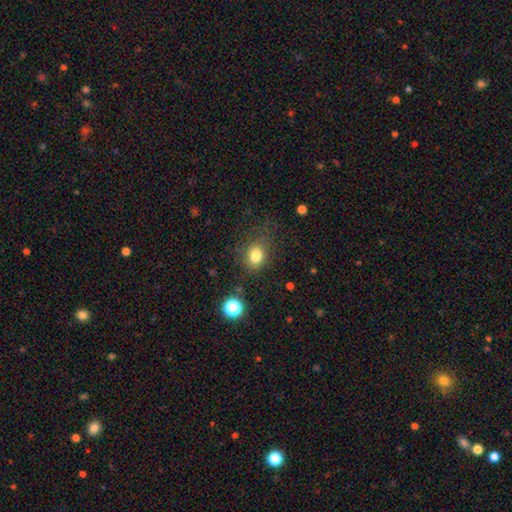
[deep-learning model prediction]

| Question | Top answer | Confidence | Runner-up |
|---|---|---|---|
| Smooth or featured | smooth | 81% | star or artifact (12%) |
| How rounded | in between | 50% | round (49%) |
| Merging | none | 70% | minor disturbance (18%) |